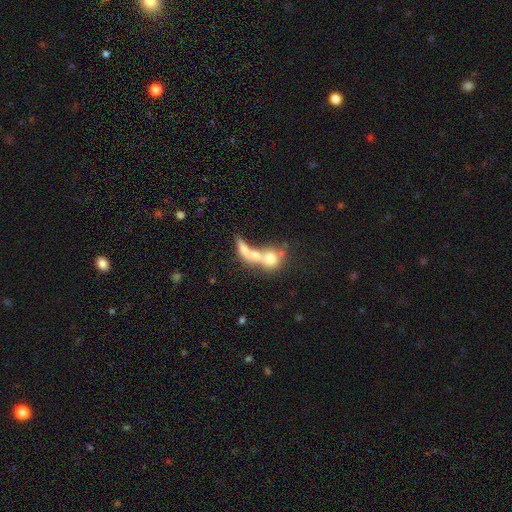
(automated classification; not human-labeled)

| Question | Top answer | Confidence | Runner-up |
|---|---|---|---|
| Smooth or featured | smooth | 54% | featured or disk (32%) |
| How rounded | round | 51% | in between (39%) |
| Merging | merger | 67% | none (17%) |